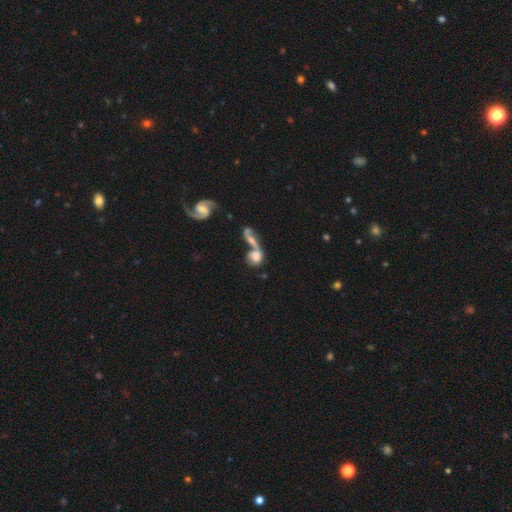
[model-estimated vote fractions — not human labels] Smooth or featured? smooth (51%)
How rounded? round (58%)
Merging? merger (59%)